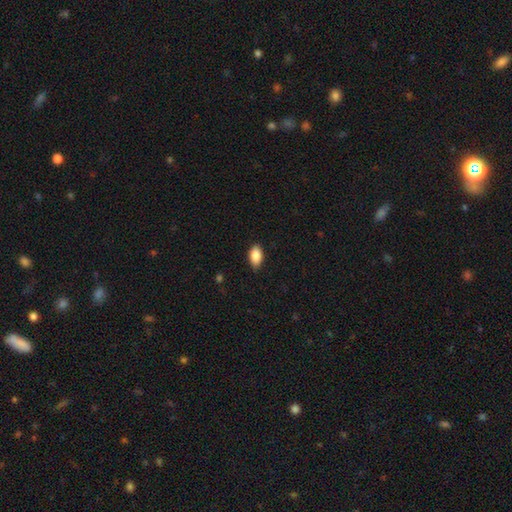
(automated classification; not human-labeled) Smooth or featured?
  - smooth: 88% *
  - star or artifact: 7%
  - featured or disk: 5%
How rounded?
  - in between: 92% *
  - round: 5%
  - cigar-shaped: 3%
Merging?
  - none: 85% *
  - minor disturbance: 12%
  - major disturbance: 2%
  - merger: 1%